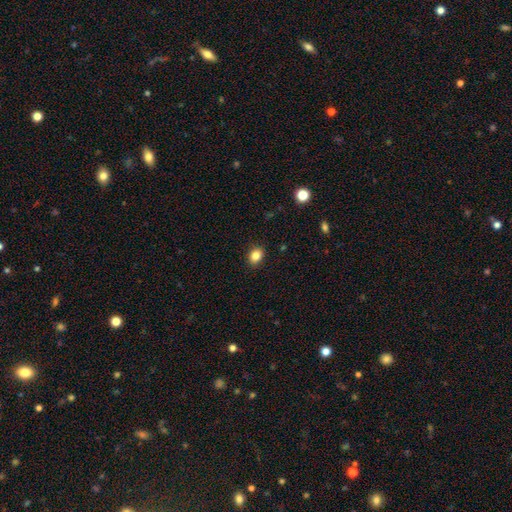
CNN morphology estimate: smooth_or_featured: smooth (p=0.85) [alt: star or artifact p=0.10]
how_rounded: in between (p=0.54) [alt: round p=0.45]
merging: none (p=0.89) [alt: minor disturbance p=0.08]